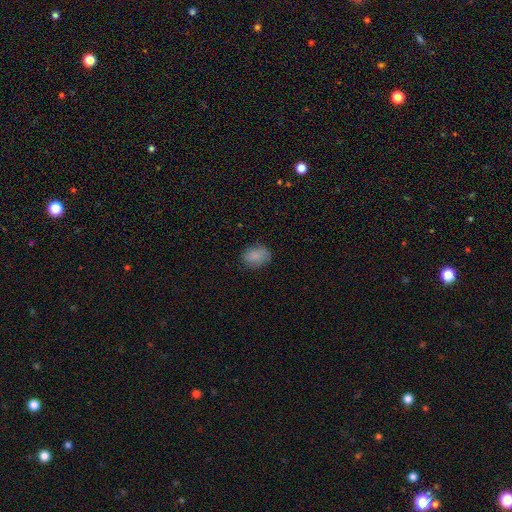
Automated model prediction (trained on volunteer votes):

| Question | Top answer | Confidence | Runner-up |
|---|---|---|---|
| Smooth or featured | smooth | 83% | star or artifact (8%) |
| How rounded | in between | 68% | round (31%) |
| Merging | none | 77% | minor disturbance (18%) |